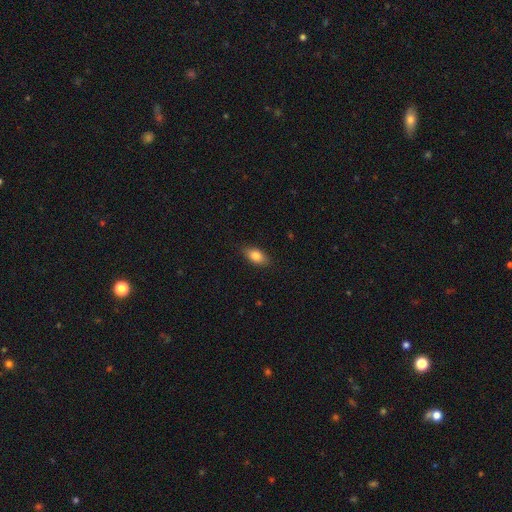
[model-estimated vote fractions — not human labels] Smooth or featured?
  - smooth: 83% *
  - featured or disk: 10%
  - star or artifact: 8%
How rounded?
  - in between: 88% *
  - round: 6%
  - cigar-shaped: 6%
Merging?
  - none: 86% *
  - minor disturbance: 11%
  - major disturbance: 2%
  - merger: 1%